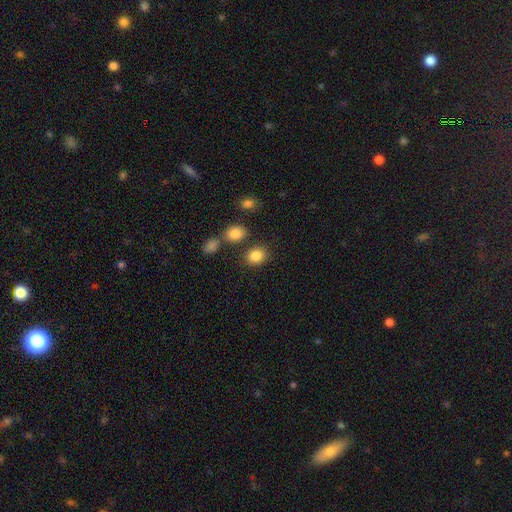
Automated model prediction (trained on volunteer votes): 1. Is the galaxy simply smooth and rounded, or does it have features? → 85% smooth, 10% star or artifact, 5% featured or disk.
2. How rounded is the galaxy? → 51% round, 48% in between, 1% cigar-shaped.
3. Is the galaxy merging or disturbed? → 77% none, 11% minor disturbance, 9% merger, 4% major disturbance.